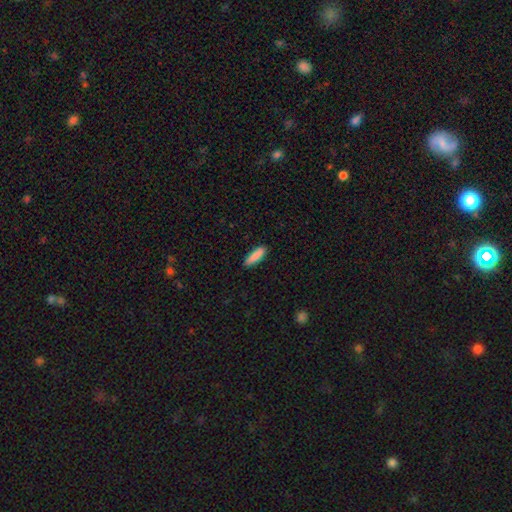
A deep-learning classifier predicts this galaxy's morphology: Overall: smooth (87%). How rounded: cigar-shaped (65%; in between 34%). Merging: none (87%).